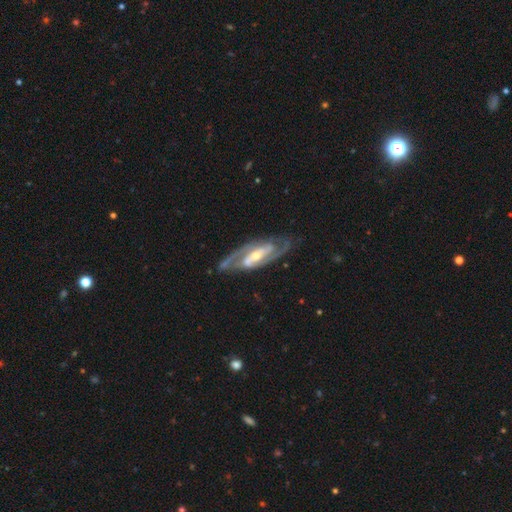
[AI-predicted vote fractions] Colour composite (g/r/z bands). It shows a featured or disk galaxy (91%) with a strong bar (57%), 2 (91%) medium (50%) spiral arms (97%) and a moderate central bulge (50%). Merging: none (81%).